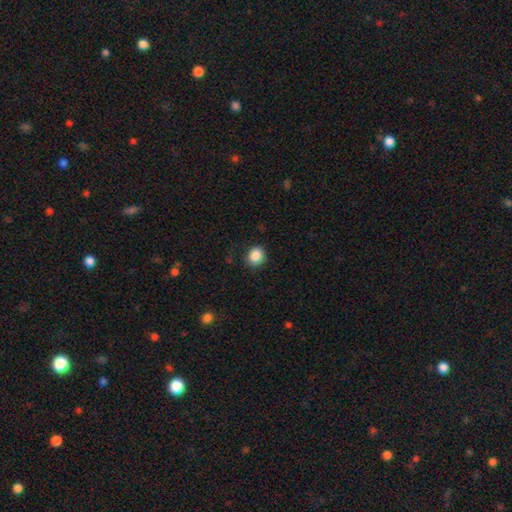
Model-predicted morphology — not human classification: Smooth or featured: smooth — 87% (star or artifact — 9%)
How rounded: round — 71% (in between — 28%)
Merging: none — 84% (minor disturbance — 11%)